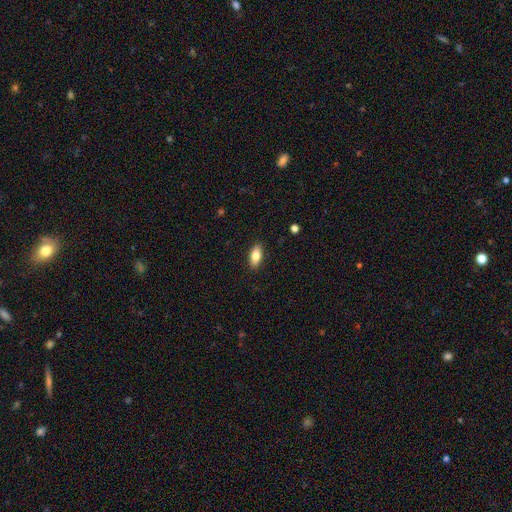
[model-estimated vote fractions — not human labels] smooth-or-featured: smooth: 82% | featured or disk: 11% | star or artifact: 7%
  how-rounded: in between: 87% | cigar-shaped: 10% | round: 3%
  merging: none: 89% | minor disturbance: 8% | major disturbance: 2% | merger: 1%